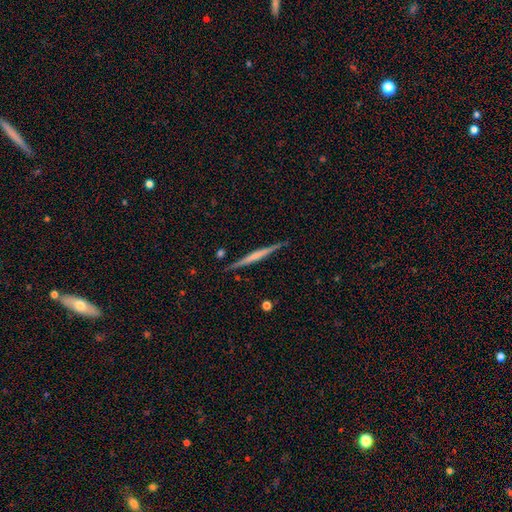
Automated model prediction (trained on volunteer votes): smooth-or-featured: featured or disk: 64% | smooth: 31% | star or artifact: 5%
  disk-edge-on: yes: 98% | no: 2%
    edge-on-bulge: none: 63% | rounded: 21% | boxy: 16%
  merging: none: 90% | minor disturbance: 7% | major disturbance: 1% | merger: 1%